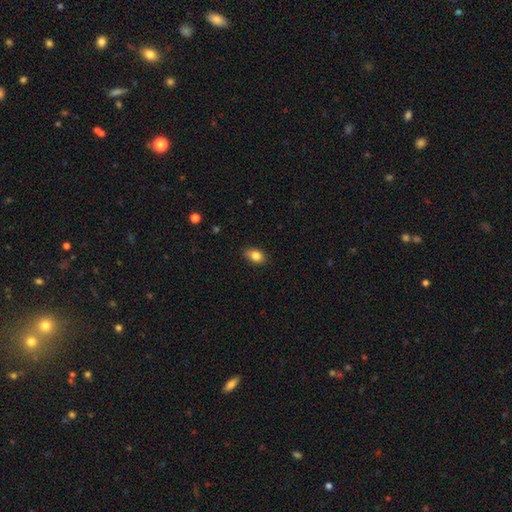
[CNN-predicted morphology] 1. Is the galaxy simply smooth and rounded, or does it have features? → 84% smooth, 9% star or artifact, 8% featured or disk.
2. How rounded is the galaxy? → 82% in between, 16% round, 2% cigar-shaped.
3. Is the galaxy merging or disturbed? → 83% none, 14% minor disturbance, 2% major disturbance, 1% merger.